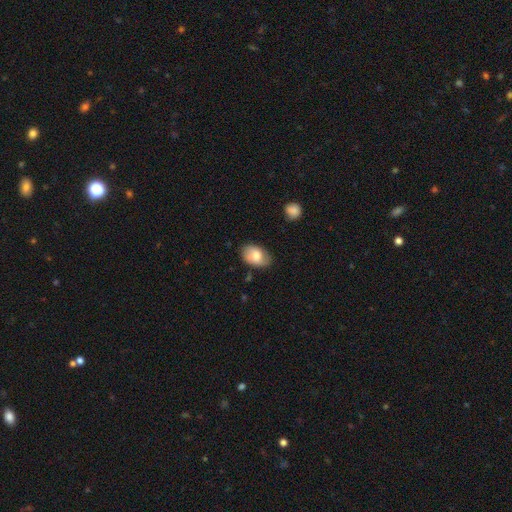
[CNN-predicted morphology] Smooth or featured? smooth (76%)
How rounded? in between (89%)
Merging? none (74%)